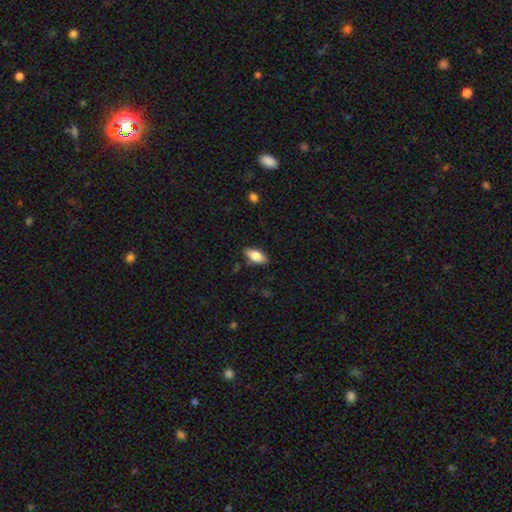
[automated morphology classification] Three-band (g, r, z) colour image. It shows a smooth galaxy with no disk features (78%) that is in between round and cigar-shaped (85%). Merging: none (84%).